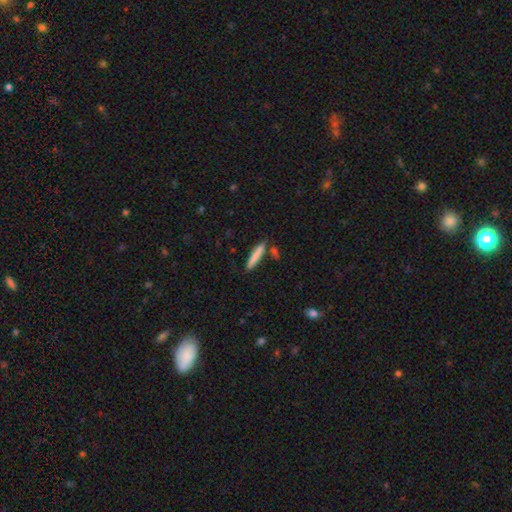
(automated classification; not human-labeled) Overall: smooth (79%). How rounded: cigar-shaped (92%). Merging: none (81%).